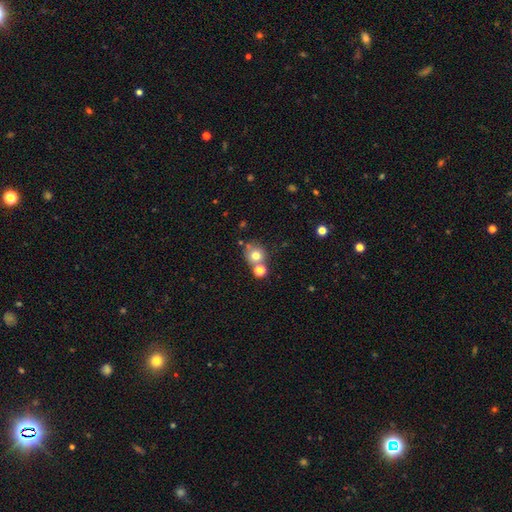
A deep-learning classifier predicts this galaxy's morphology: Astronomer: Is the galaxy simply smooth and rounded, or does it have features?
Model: smooth — 73%.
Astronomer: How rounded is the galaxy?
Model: round — 85%.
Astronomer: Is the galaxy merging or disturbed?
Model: none — 61%.